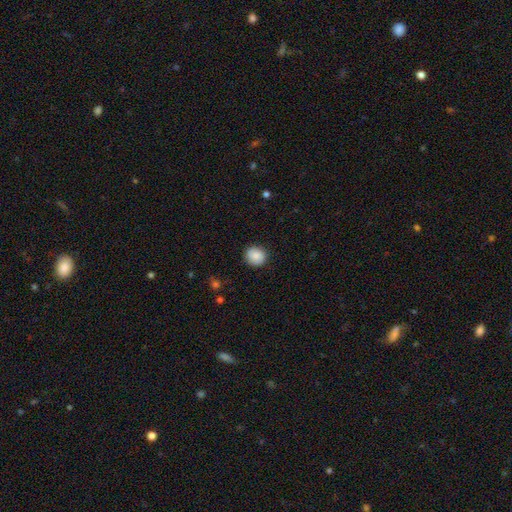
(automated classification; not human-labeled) Q: Smooth or featured?
A: smooth (85%); runner-up: star or artifact (8%)
Q: How rounded?
A: round (86%); runner-up: in between (13%)
Q: Merging?
A: none (88%); runner-up: minor disturbance (9%)